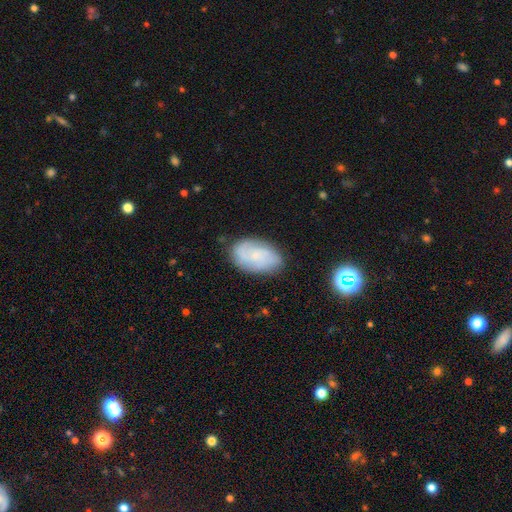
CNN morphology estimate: smooth-or-featured: featured or disk: 53% | smooth: 38% | star or artifact: 9%
  disk-edge-on: no: 96% | yes: 4%
    bar: no: 70% | weak: 26% | strong: 4%
    has-spiral-arms: yes: 87% | no: 13%
    bulge-size: small: 73% | moderate: 14% | none: 11% | large: 1% | dominant: 1%
  merging: none: 77% | minor disturbance: 16% | major disturbance: 4% | merger: 2%